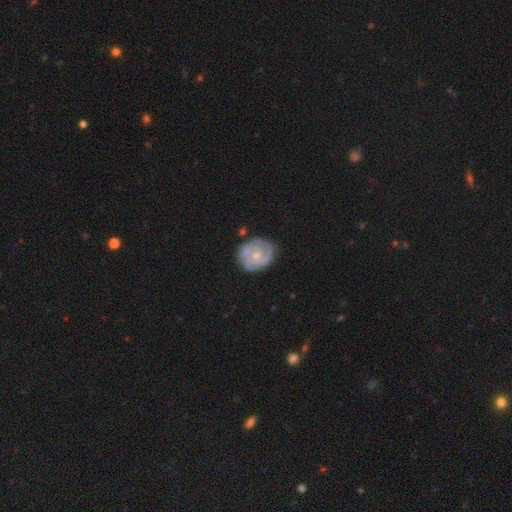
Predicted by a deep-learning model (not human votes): smooth-or-featured: featured or disk: 81% | smooth: 14% | star or artifact: 5%
  disk-edge-on: no: 98% | yes: 2%
    bar: no: 69% | weak: 27% | strong: 4%
    has-spiral-arms: yes: 91% | no: 9%
      spiral-winding: tight: 58% | medium: 33% | loose: 9%
      spiral-arm-count: 2: 33% | 3: 26% | can't tell: 26% | 4: 6% | 1: 5% | more than 4: 4%
    bulge-size: small: 61% | moderate: 33% | none: 3% | large: 1% | dominant: 1%
  merging: none: 70% | minor disturbance: 19% | major disturbance: 6% | merger: 4%